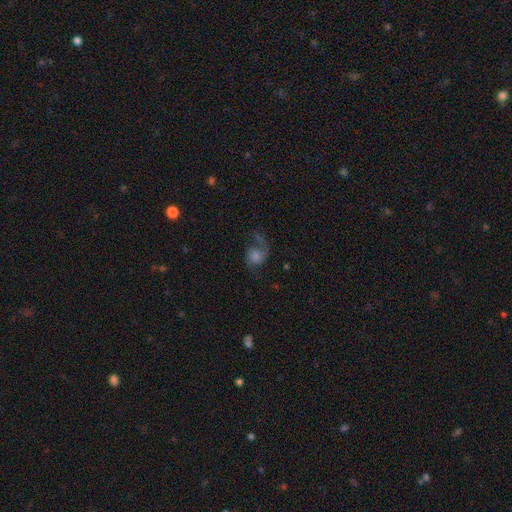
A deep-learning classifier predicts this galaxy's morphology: Smooth or featured?
  - featured or disk: 62% *
  - smooth: 25%
  - star or artifact: 13%
Edge-on disk?
  - no: 97% *
  - yes: 3%
Bar?
  - no: 73% *
  - weak: 23%
  - strong: 4%
Spiral arms?
  - yes: 91% *
  - no: 9%
Spiral winding?
  - loose: 57% *
  - medium: 32%
  - tight: 10%
Spiral arm count?
  - 1: 50% *
  - 2: 43%
  - can't tell: 4%
  - 3: 1%
  - 4: 1%
  - more than 4: 1%
Bulge size?
  - small: 32% * (tied)
  - moderate: 32% * (tied)
  - none: 16%
  - large: 15%
  - dominant: 5%
Merging?
  - none: 47% *
  - major disturbance: 32%
  - minor disturbance: 18%
  - merger: 4%